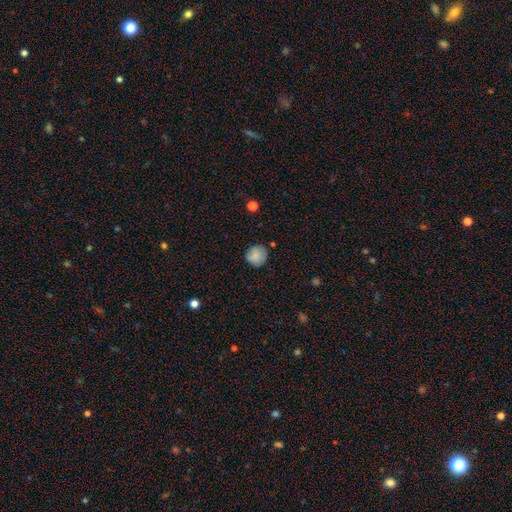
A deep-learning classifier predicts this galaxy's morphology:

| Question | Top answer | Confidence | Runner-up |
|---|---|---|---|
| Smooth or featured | smooth | 84% | star or artifact (8%) |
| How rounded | round | 88% | in between (11%) |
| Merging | none | 80% | minor disturbance (15%) |